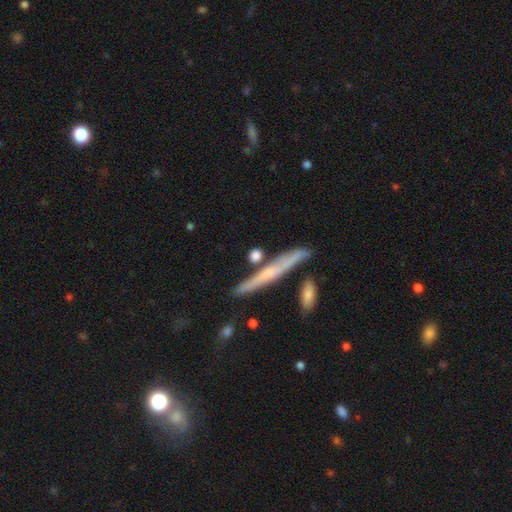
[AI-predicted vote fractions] smooth 64%, featured or disk 27%, star or artifact 8%. Down the decision tree: how rounded — round (46%); merging — none (74%).